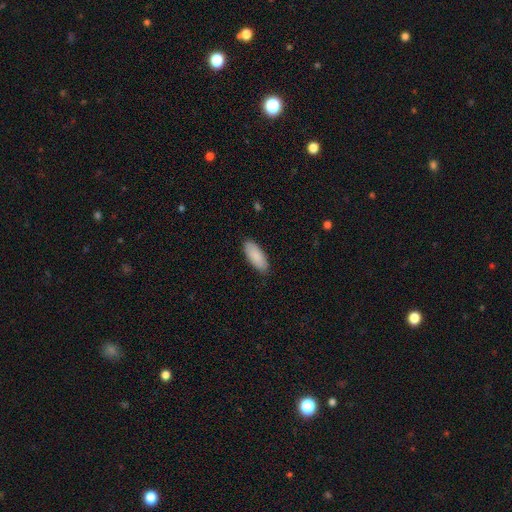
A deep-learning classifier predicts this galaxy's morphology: type=smooth (89%); roundness=in between (81%); merging=none (86%).